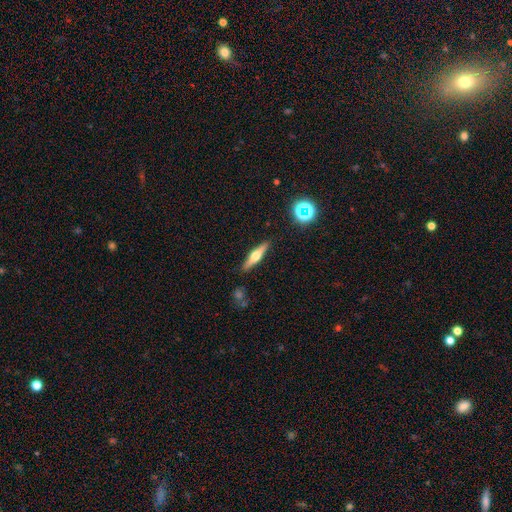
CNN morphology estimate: smooth_or_featured: featured or disk (p=0.56) [alt: smooth p=0.37]
disk_edge_on: yes (p=0.95) [alt: no p=0.05]
edge_on_bulge: rounded (p=0.92) [alt: boxy p=0.05]
merging: none (p=0.89) [alt: minor disturbance p=0.08]